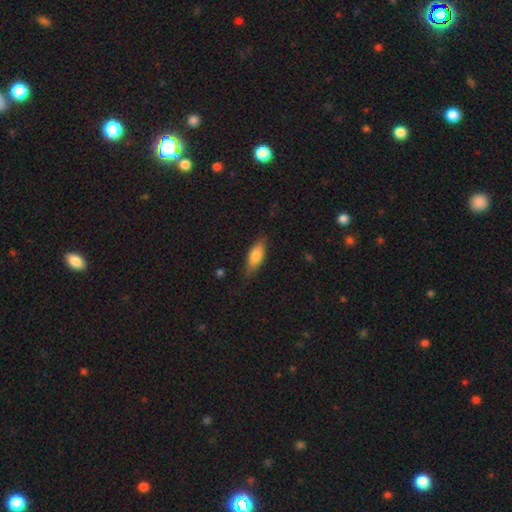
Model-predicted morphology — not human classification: type=smooth (75%); roundness=in between (72%); merging=none (77%).